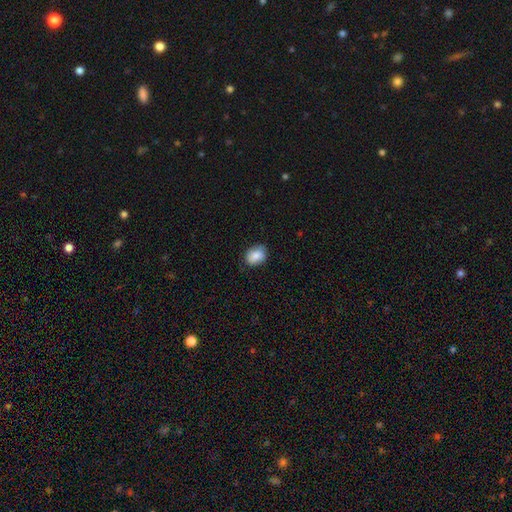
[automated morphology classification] Q: Smooth or featured?
A: smooth (83%); runner-up: featured or disk (9%)
Q: How rounded?
A: in between (59%); runner-up: round (40%)
Q: Merging?
A: none (77%); runner-up: minor disturbance (19%)